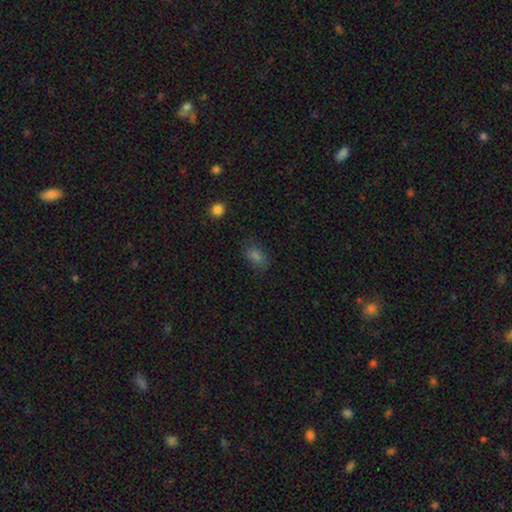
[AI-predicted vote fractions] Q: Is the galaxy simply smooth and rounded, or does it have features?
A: smooth — 72%.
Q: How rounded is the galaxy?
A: in between — 79%.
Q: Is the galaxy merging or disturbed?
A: none — 77%.